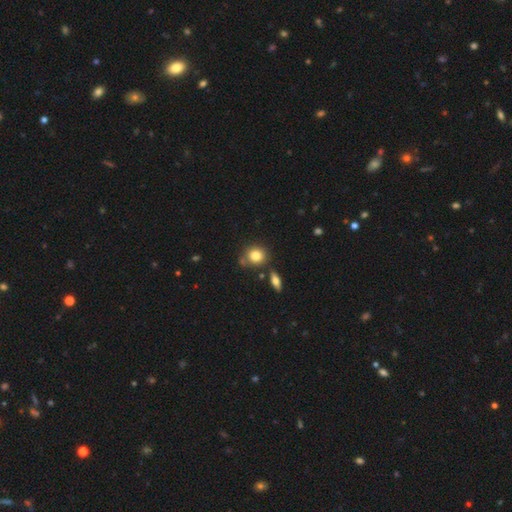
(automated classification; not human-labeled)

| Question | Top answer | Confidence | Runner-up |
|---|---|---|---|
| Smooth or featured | smooth | 82% | star or artifact (10%) |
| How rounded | round | 78% | in between (20%) |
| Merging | none | 69% | minor disturbance (14%) |